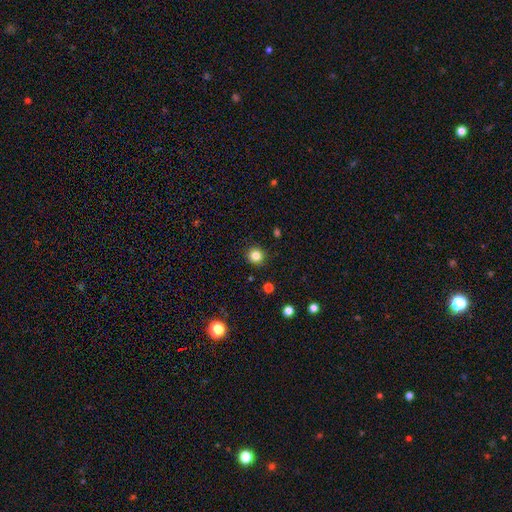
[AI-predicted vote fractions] A smooth galaxy with no disk features (83%) that is round (93%). Merging: none (91%).